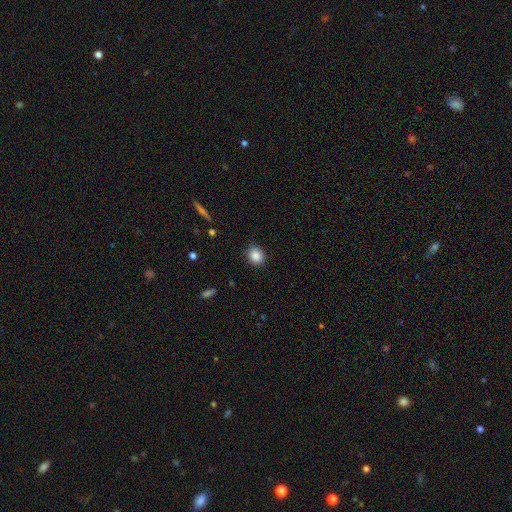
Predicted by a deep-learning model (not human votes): Overall: smooth (87%). How rounded: round (68%; in between 31%). Merging: none (88%).